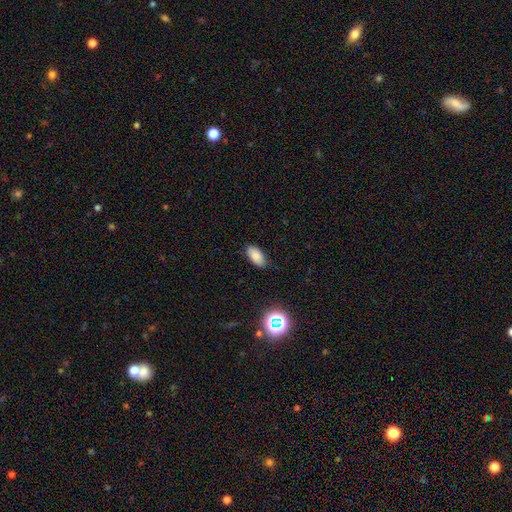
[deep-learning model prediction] The model was most divided on "merging": none: 83%, minor disturbance: 13%, major disturbance: 3%, merger: 1%. More confident: how rounded — in between (92%); smooth or featured — smooth (84%).